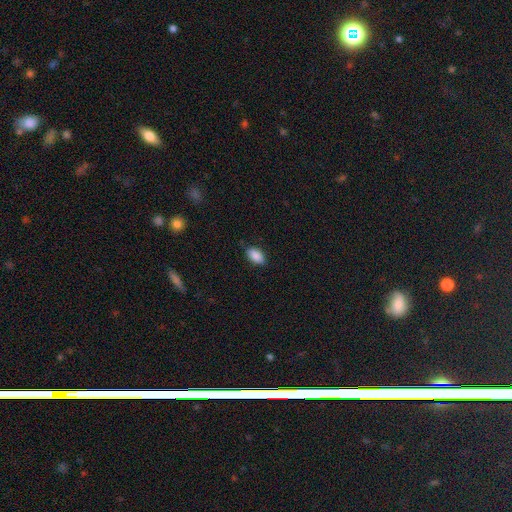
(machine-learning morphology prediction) This appears to be a smooth galaxy with no disk features (89%) that is in between round and cigar-shaped (93%). Merging: none (85%).